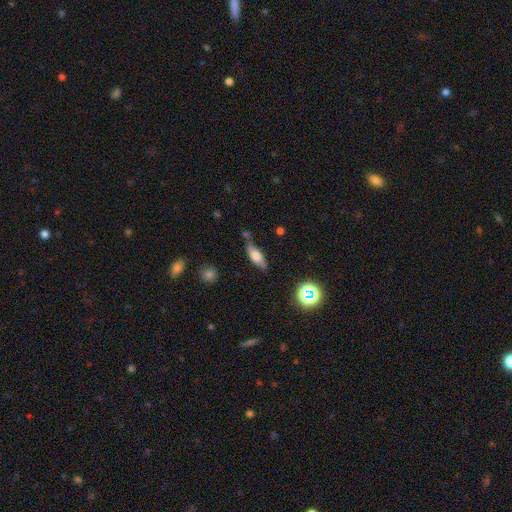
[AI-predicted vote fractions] smooth 59%, featured or disk 31%, star or artifact 10%. Down the decision tree: how rounded — in between (54%); merging — none (65%).